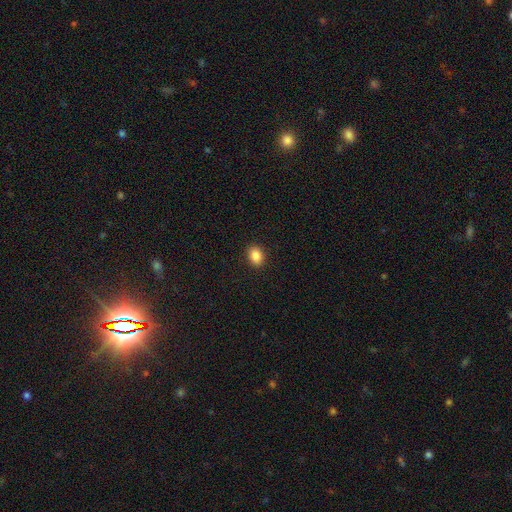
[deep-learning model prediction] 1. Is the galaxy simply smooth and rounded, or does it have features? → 88% smooth, 9% star or artifact, 3% featured or disk.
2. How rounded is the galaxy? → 72% in between, 27% round, 1% cigar-shaped.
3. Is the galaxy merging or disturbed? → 90% none, 7% minor disturbance, 2% major disturbance, 1% merger.